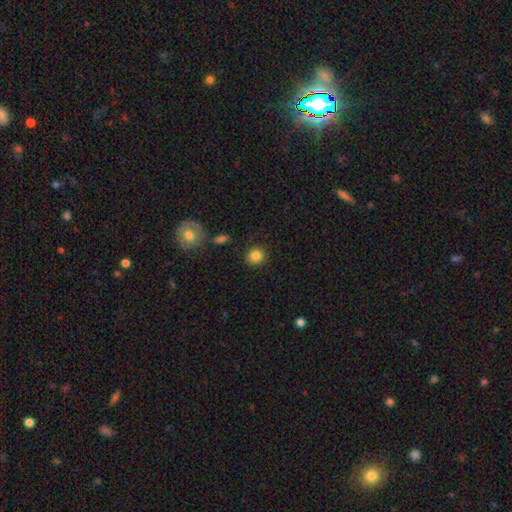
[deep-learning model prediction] smooth_or_featured: smooth (p=0.85) [alt: star or artifact p=0.10]
how_rounded: round (p=0.88) [alt: in between p=0.11]
merging: none (p=0.88) [alt: minor disturbance p=0.07]